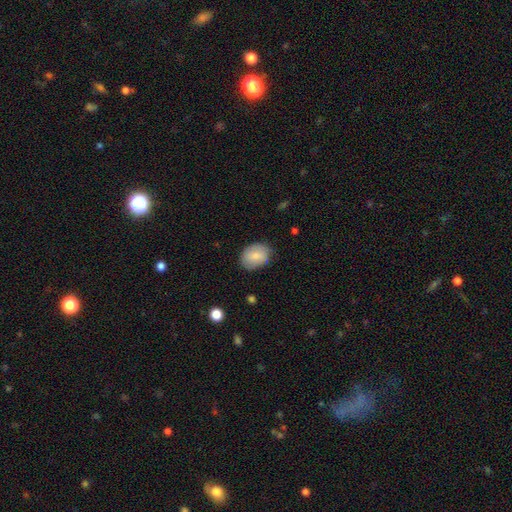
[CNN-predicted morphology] This appears to be a smooth galaxy with no disk features (81%) that is in between round and cigar-shaped (70%). Merging: none (75%).